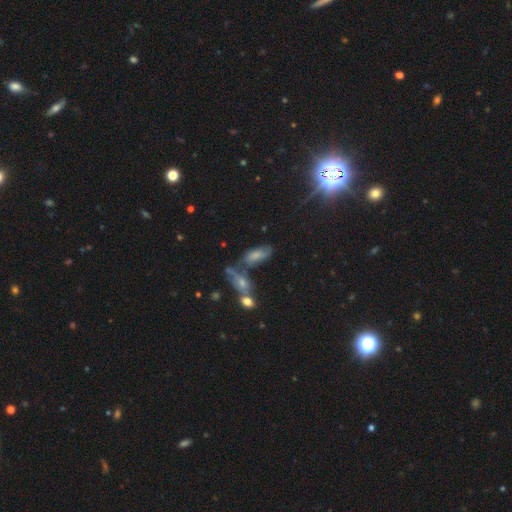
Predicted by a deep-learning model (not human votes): smooth_or_featured: smooth (p=0.59) [alt: featured or disk p=0.29]
how_rounded: in between (p=0.83) [alt: cigar-shaped p=0.13]
merging: none (p=0.43) [alt: merger p=0.26]